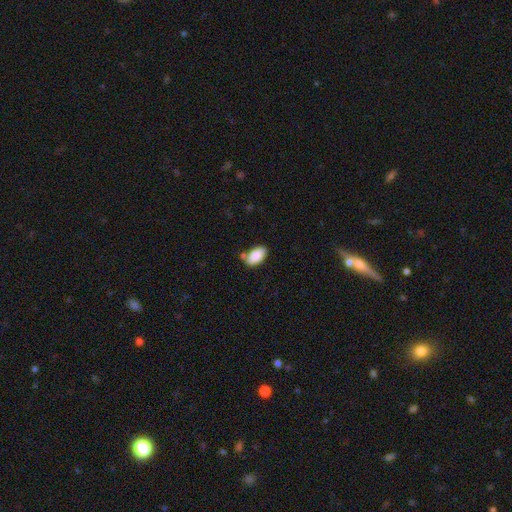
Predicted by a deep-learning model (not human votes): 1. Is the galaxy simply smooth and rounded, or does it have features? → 88% smooth, 7% star or artifact, 6% featured or disk.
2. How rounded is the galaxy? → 94% in between, 3% round, 2% cigar-shaped.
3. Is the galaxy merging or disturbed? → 76% none, 14% minor disturbance, 7% merger, 3% major disturbance.